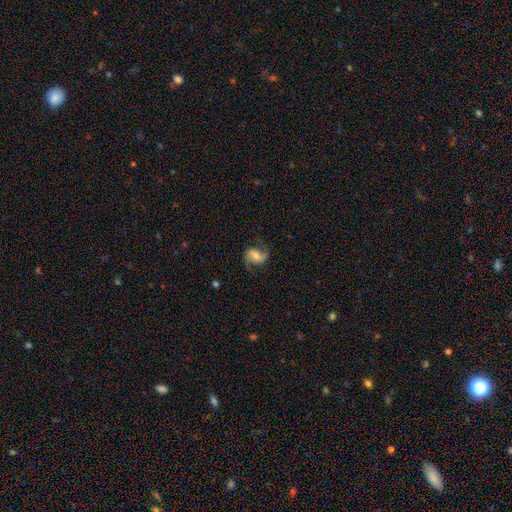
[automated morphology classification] Smooth or featured?
  - featured or disk: 82% *
  - smooth: 11%
  - star or artifact: 7%
Edge-on disk?
  - no: 98% *
  - yes: 2%
Bar?
  - weak: 44% *
  - no: 33%
  - strong: 23%
Spiral arms?
  - yes: 96% *
  - no: 4%
Spiral winding?
  - loose: 46% *
  - medium: 44%
  - tight: 10%
Spiral arm count?
  - 2: 93% *
  - can't tell: 2%
  - 1: 2%
  - 3: 1%
  - 4: 1%
  - more than 4: 1%
Bulge size?
  - moderate: 49% *
  - small: 34%
  - large: 8%
  - none: 8%
  - dominant: 2%
Merging?
  - none: 78% *
  - minor disturbance: 14%
  - major disturbance: 7%
  - merger: 1%